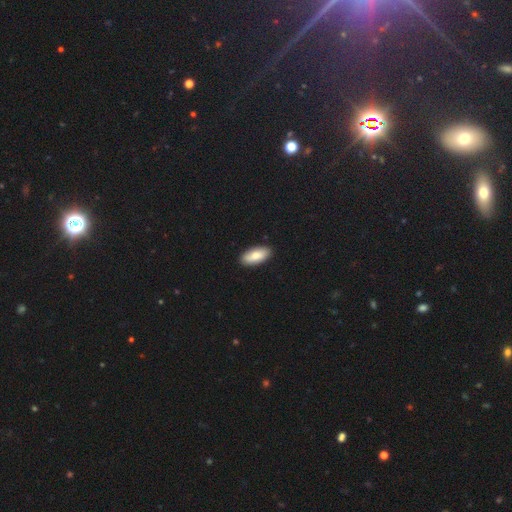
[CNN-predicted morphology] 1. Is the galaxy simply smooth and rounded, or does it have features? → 82% smooth, 12% featured or disk, 5% star or artifact.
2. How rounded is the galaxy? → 88% in between, 10% cigar-shaped, 2% round.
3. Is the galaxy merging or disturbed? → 91% none, 7% minor disturbance, 1% major disturbance, 1% merger.